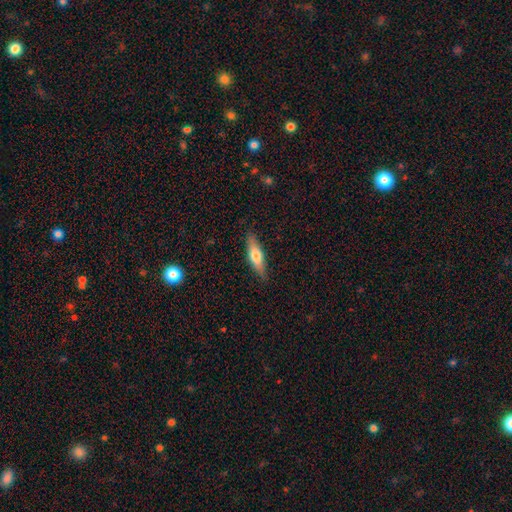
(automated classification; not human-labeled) A smooth galaxy with no disk features (57%) that is cigar-shaped (61%). Merging: none (86%).